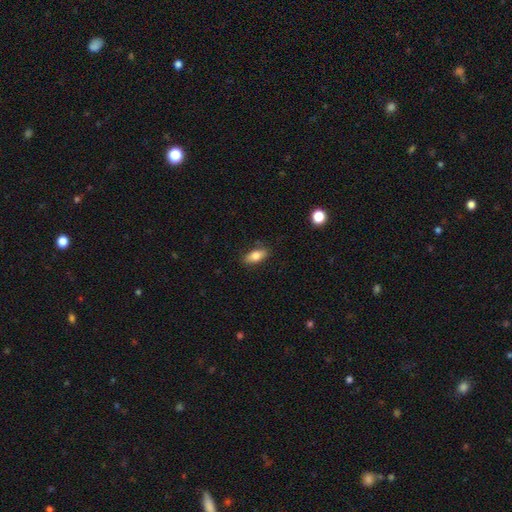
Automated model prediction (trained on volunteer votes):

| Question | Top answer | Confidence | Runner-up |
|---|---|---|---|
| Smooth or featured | smooth | 80% | featured or disk (13%) |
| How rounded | in between | 85% | cigar-shaped (12%) |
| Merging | none | 84% | minor disturbance (12%) |